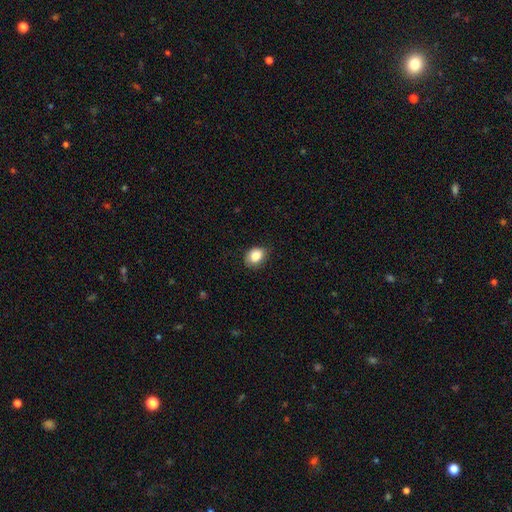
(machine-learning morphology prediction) The model was most divided on "how rounded": in between: 65%, round: 34%, cigar-shaped: 1%. More confident: smooth or featured — smooth (86%); merging — none (75%).